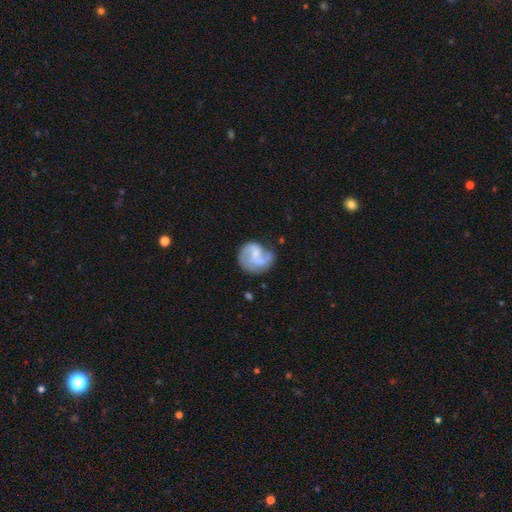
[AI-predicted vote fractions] This appears to be a featured or disk galaxy (71%) with no bar (49%), 2 (70%) medium (45%) spiral arms (90%) and a small central bulge (40%). Merging: none (56%).